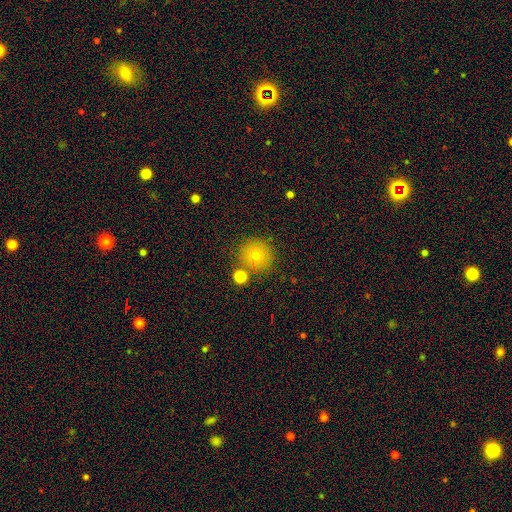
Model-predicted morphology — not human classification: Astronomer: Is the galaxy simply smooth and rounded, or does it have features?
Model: smooth — 74%.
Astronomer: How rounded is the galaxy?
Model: round — 92%.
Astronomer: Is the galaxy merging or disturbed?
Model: none — 76%.